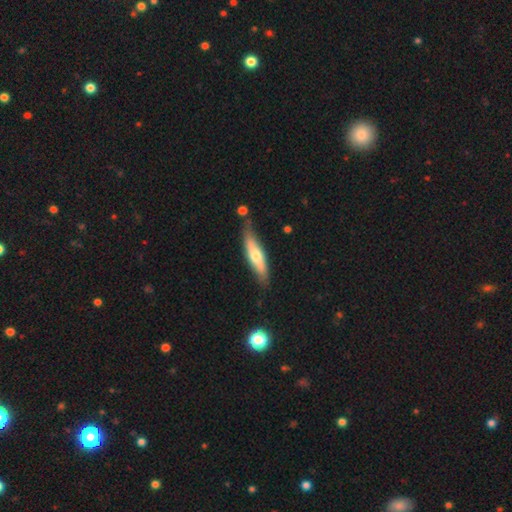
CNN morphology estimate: This appears to be a smooth galaxy with no disk features (55%) that is cigar-shaped (72%). Merging: none (70%).